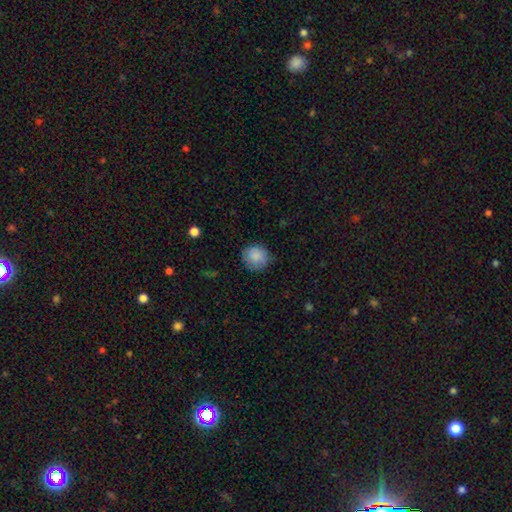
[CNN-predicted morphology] Smooth or featured: smooth — 80% (featured or disk — 13%)
How rounded: round — 85% (in between — 14%)
Merging: none — 75% (minor disturbance — 19%)